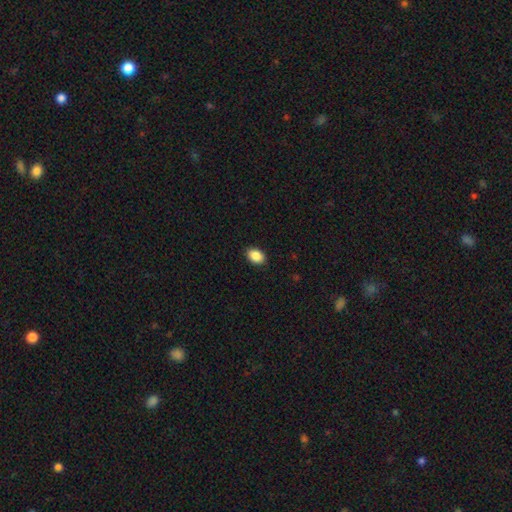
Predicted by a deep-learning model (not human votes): A smooth galaxy with no disk features (89%) that is in between round and cigar-shaped (82%). Merging: none (90%).